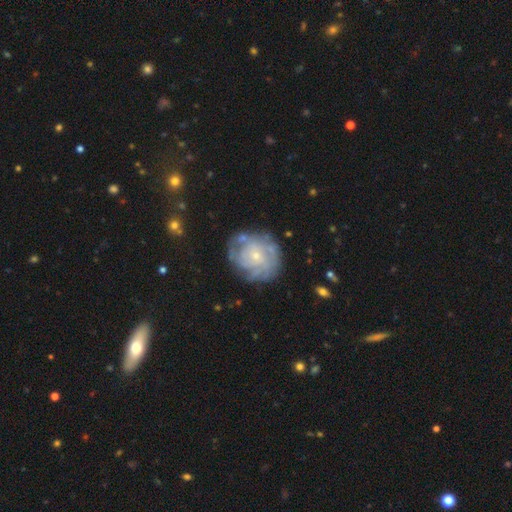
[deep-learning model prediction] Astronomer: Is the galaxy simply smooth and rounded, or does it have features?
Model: featured or disk — 75%.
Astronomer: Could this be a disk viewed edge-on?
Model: no — 97%.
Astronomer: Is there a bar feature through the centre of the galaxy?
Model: no — 81%.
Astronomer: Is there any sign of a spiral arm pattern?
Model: yes — 84%.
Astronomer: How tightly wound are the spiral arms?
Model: tight — 66%.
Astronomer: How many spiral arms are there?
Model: can't tell — 49%.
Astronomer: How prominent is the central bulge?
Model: small — 79%.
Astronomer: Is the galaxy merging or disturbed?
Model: none — 69%.